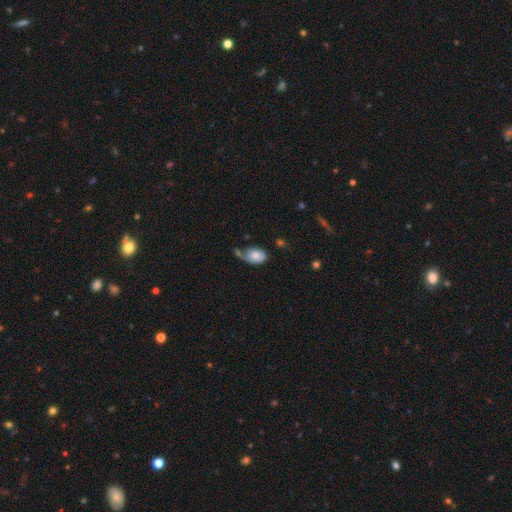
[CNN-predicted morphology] The model was most divided on "merging": none: 35%, minor disturbance: 28%, merger: 19%, major disturbance: 17%. More confident: how rounded — in between (83%); smooth or featured — smooth (75%).